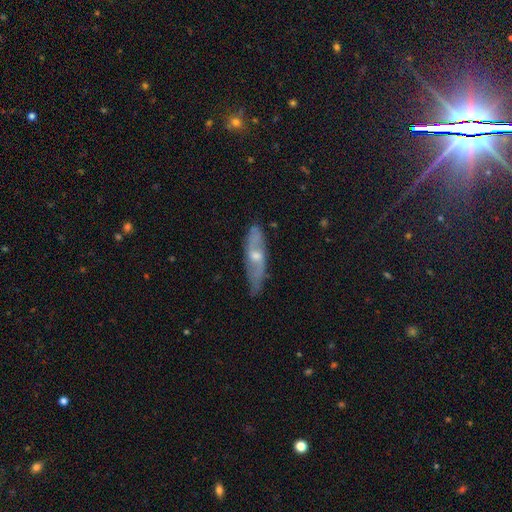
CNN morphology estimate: Q: Smooth or featured?
A: featured or disk (65%); runner-up: smooth (28%)
Q: Edge-on disk?
A: no (62%); runner-up: yes (38%)
Q: Merging?
A: none (73%); runner-up: minor disturbance (21%)